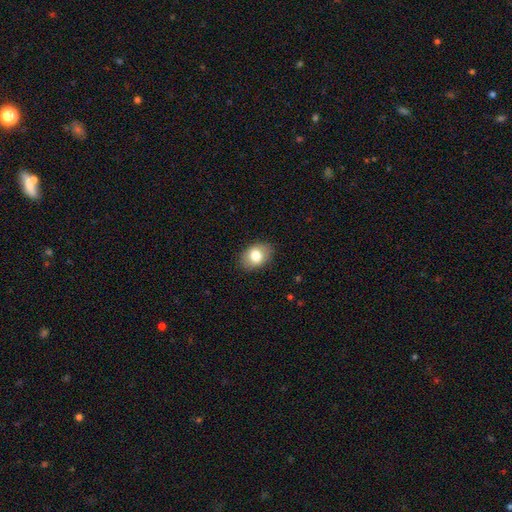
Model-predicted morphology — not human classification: Smooth or featured? Predicted: smooth (p=0.78). How rounded? Predicted: in between (p=0.74). Merging? Predicted: none (p=0.86).